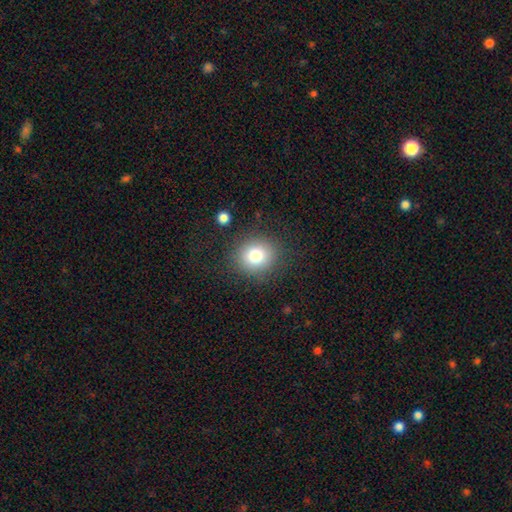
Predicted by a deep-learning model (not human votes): smooth 78%, star or artifact 12%, featured or disk 9%. Down the decision tree: how rounded — round (85%); merging — none (87%).